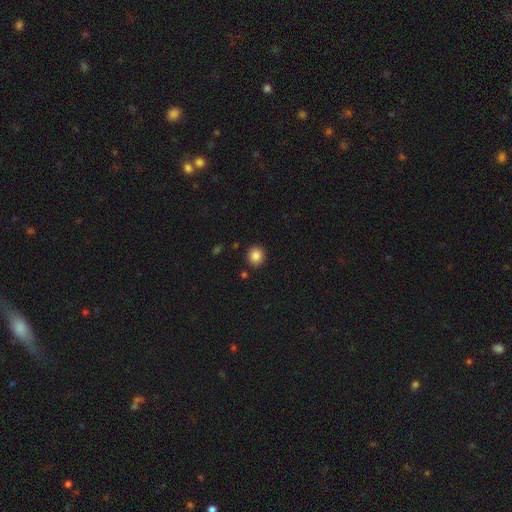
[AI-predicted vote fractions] A smooth galaxy with no disk features (86%) that is round (87%). Merging: none (90%).